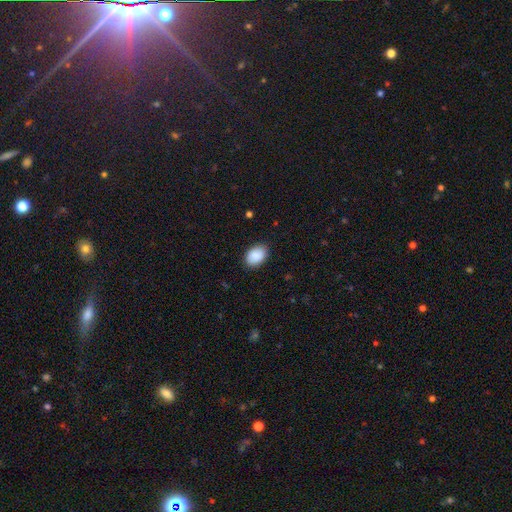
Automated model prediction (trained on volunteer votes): Smooth or featured? Predicted: smooth (p=0.89). How rounded? Predicted: in between (p=0.84). Merging? Predicted: none (p=0.85).